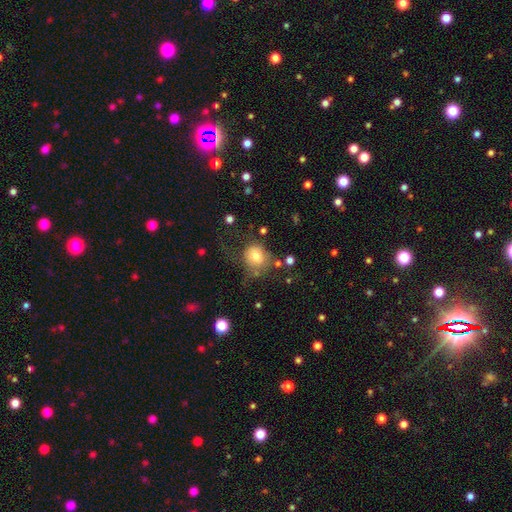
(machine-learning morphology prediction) This appears to be a smooth galaxy with no disk features (75%) that is round (78%). Merging: none (48%).